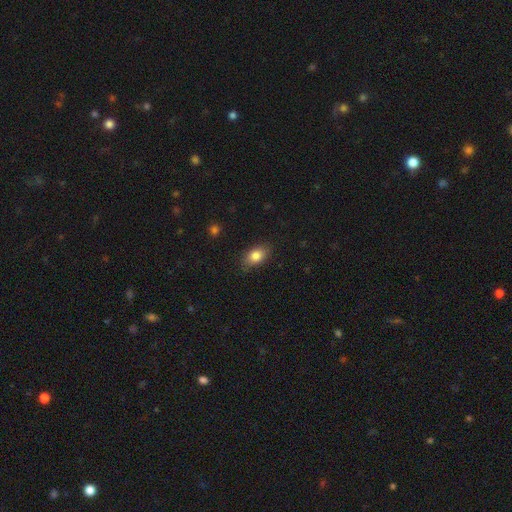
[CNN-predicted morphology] Overall: smooth (83%). How rounded: in between (85%). Merging: none (81%).